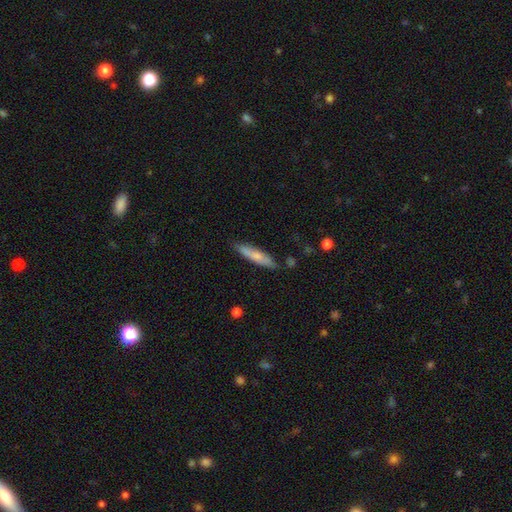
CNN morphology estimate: This appears to be a smooth galaxy with no disk features (66%) that is cigar-shaped (86%). Merging: none (82%).